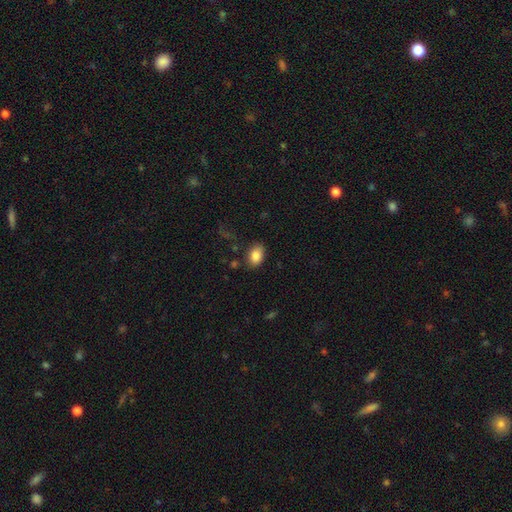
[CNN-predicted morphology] Smooth or featured? Predicted: smooth (p=0.86). How rounded? Predicted: in between (p=0.84). Merging? Predicted: none (p=0.80).